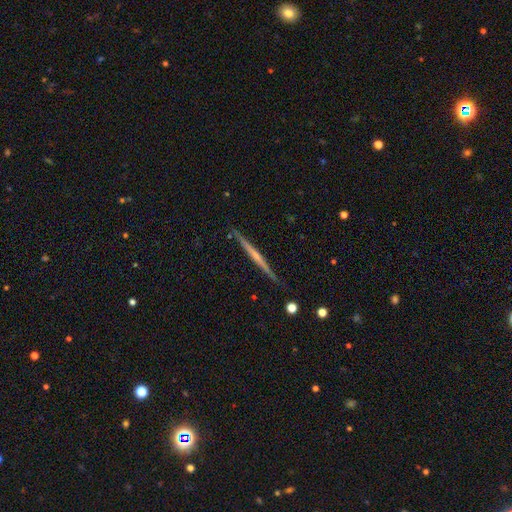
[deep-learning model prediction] A featured or disk galaxy (68%) viewed edge-on (98%) with no central bulge (62%). Merging: none (90%).